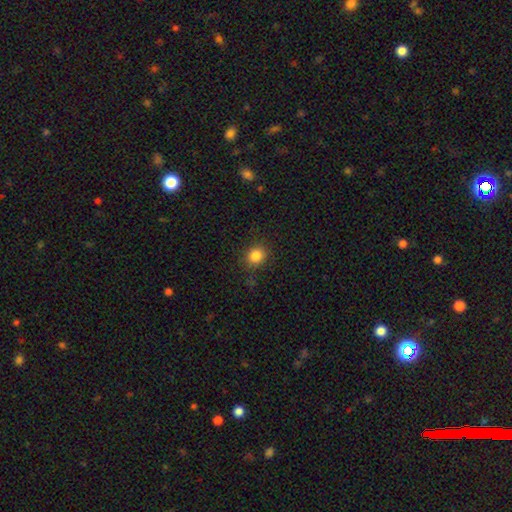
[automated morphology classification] Overall: smooth (84%). How rounded: round (82%). Merging: none (86%).